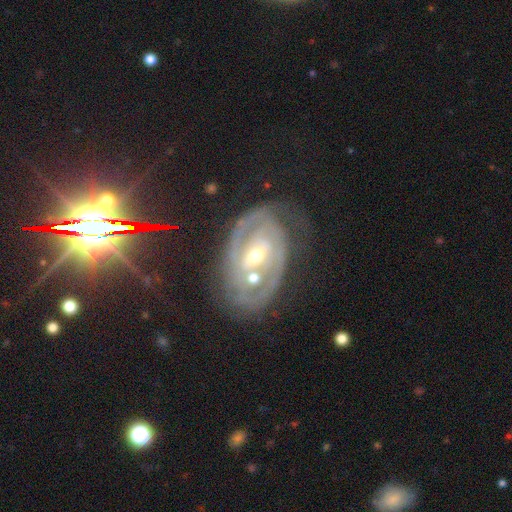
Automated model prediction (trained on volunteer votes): Smooth or featured? Predicted: featured or disk (p=0.83). Edge-on disk? Predicted: no (p=0.95). Bar? Predicted: weak (p=0.43). Spiral arms? Predicted: yes (p=0.88). Spiral winding? Predicted: tight (p=0.61). Spiral arm count? Predicted: 2 (p=0.60). Bulge size? Predicted: moderate (p=0.53). Merging? Predicted: none (p=0.65).